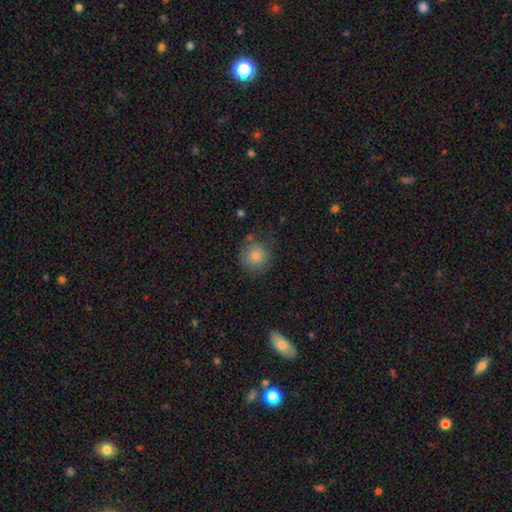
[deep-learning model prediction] smooth-or-featured: smooth: 76% | featured or disk: 13% | star or artifact: 11%
  how-rounded: round: 90% | in between: 9% | cigar-shaped: 1%
  merging: none: 72% | minor disturbance: 18% | major disturbance: 6% | merger: 3%